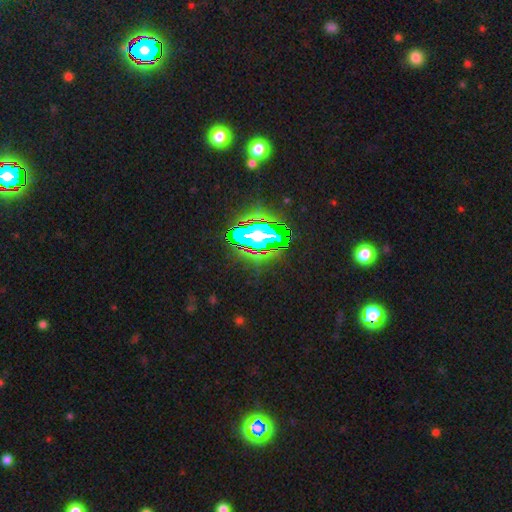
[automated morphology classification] Smooth or featured: star or artifact — 63% (featured or disk — 20%)